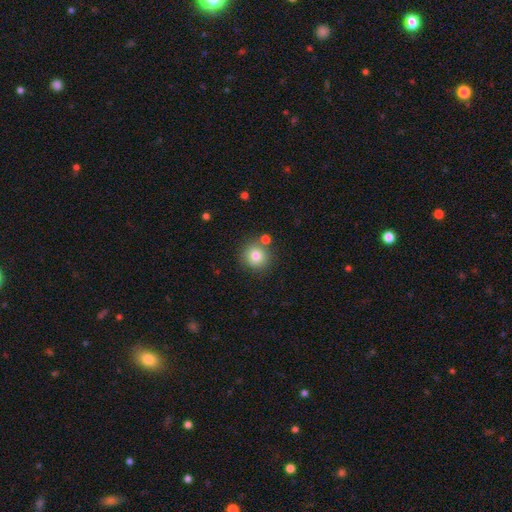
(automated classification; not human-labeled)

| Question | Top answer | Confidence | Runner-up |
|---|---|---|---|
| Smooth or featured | smooth | 80% | star or artifact (11%) |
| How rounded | round | 92% | in between (7%) |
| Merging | none | 77% | merger (11%) |